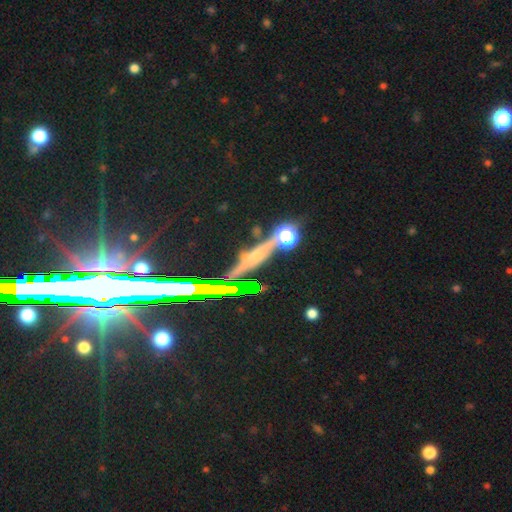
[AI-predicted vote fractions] A featured or disk galaxy (41%).

Vote fractions:
- Smooth or featured? featured or disk: 41% / star or artifact: 37% / smooth: 22%
- Merging? none: 70% / minor disturbance: 12% / merger: 10% / major disturbance: 7%